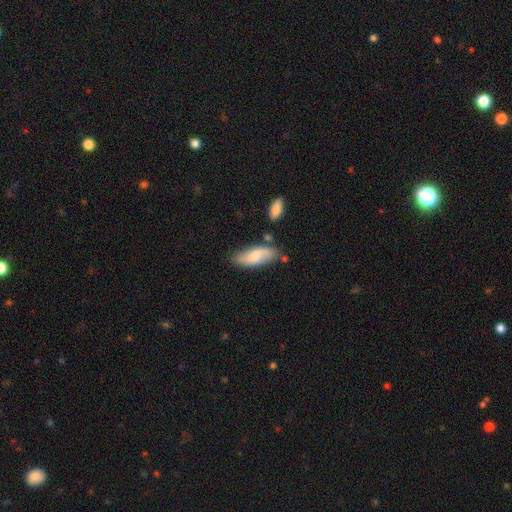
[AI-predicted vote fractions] A smooth galaxy with no disk features (73%) that is in between round and cigar-shaped (76%). Merging: none (73%).